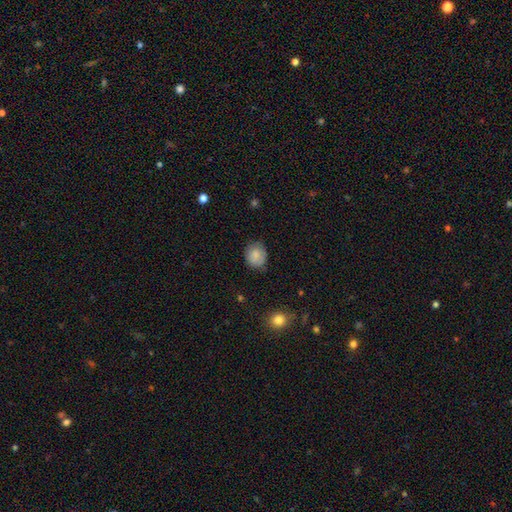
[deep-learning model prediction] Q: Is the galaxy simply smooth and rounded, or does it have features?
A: smooth — 81%.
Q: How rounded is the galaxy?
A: round — 66%.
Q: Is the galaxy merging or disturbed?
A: none — 73%.